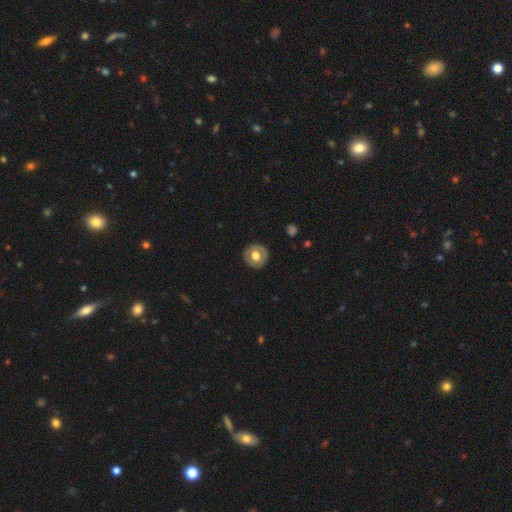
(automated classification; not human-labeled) This is possibly a smooth galaxy (57%). How rounded: clearly round (90%). Merging: clearly none (87%).